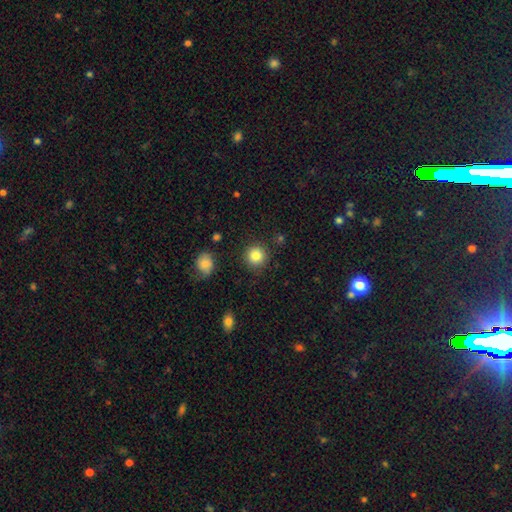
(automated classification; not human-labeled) This is clearly a smooth galaxy (85%). How rounded: clearly round (93%). Merging: clearly none (88%).